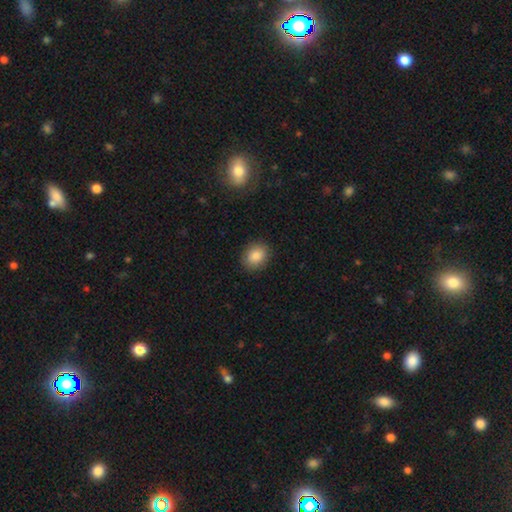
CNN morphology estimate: Smooth or featured? Predicted: smooth (p=0.86). How rounded? Predicted: round (p=0.52). Merging? Predicted: none (p=0.88).